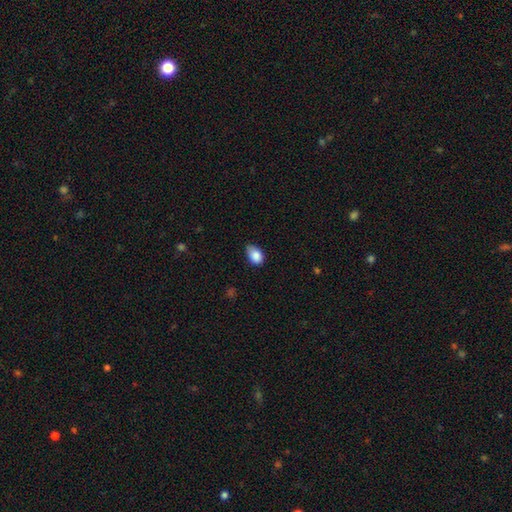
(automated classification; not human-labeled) smooth 86%, star or artifact 8%, featured or disk 6%. Down the decision tree: how rounded — in between (85%); merging — none (51%).